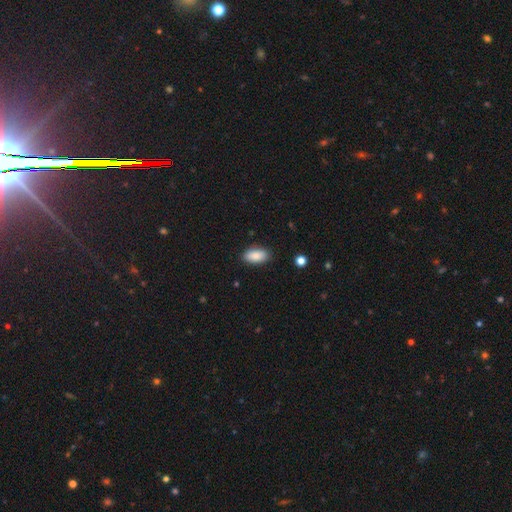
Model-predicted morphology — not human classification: This is clearly a smooth galaxy (88%). How rounded: clearly in between (92%). Merging: clearly none (87%).